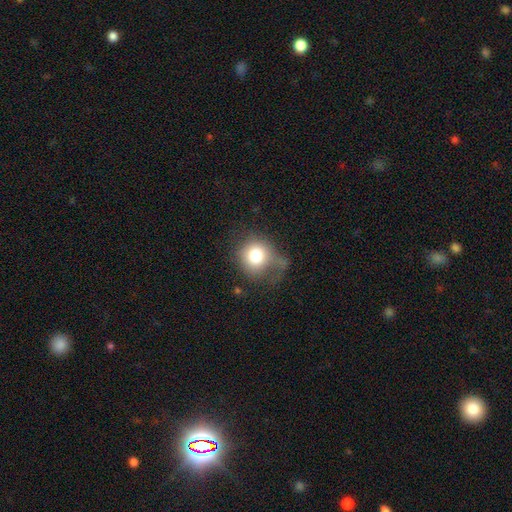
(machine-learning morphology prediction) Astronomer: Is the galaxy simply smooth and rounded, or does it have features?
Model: smooth — 76%.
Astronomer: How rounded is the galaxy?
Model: round — 81%.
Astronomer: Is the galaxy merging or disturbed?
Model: none — 38% (runner-up: minor disturbance, 30%).